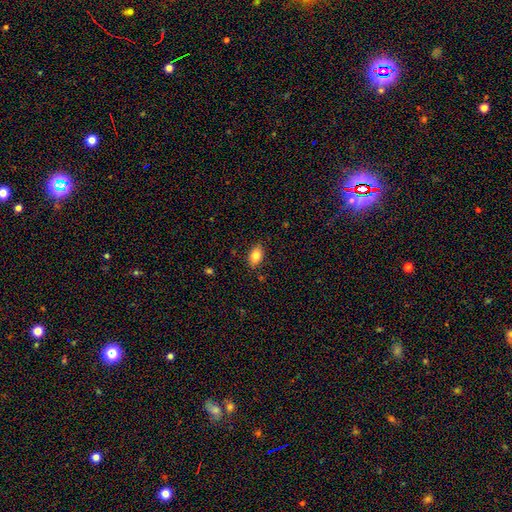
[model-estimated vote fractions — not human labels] Smooth or featured?
  - smooth: 81% *
  - featured or disk: 10%
  - star or artifact: 8%
How rounded?
  - in between: 87% *
  - round: 9%
  - cigar-shaped: 3%
Merging?
  - none: 85% *
  - minor disturbance: 12%
  - major disturbance: 2%
  - merger: 1%